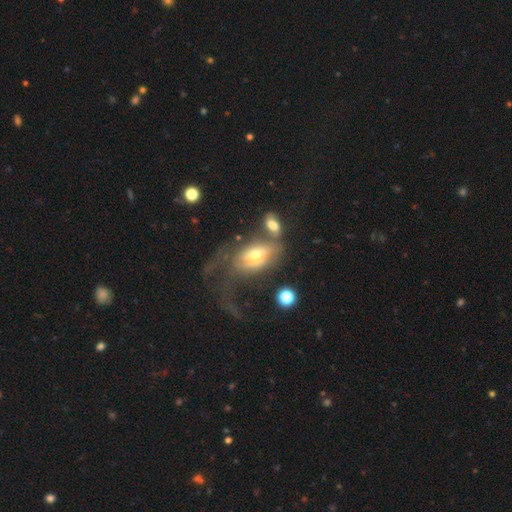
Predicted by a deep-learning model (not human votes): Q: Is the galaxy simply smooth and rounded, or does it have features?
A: smooth — 49%.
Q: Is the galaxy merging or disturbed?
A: major disturbance — 39%.